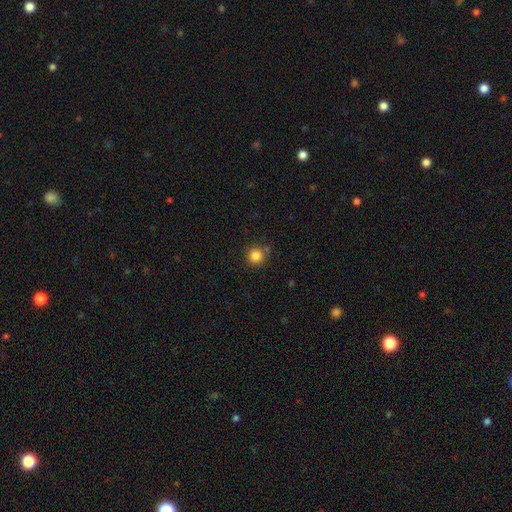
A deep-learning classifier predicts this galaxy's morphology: smooth 84%, star or artifact 12%, featured or disk 4%. Down the decision tree: how rounded — round (94%); merging — none (81%).